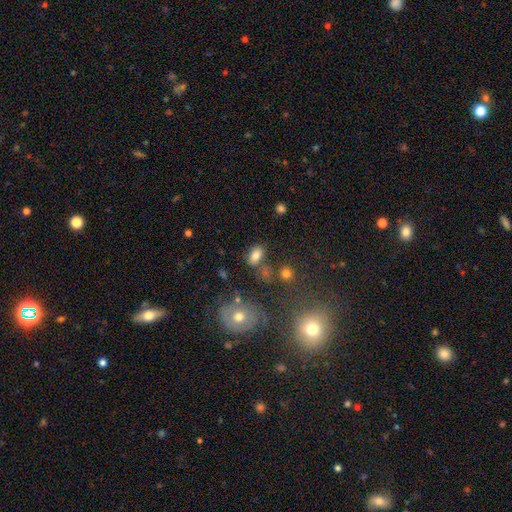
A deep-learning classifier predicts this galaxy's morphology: This is likely a smooth galaxy (79%). How rounded: clearly in between (88%). Merging: likely none (70%).